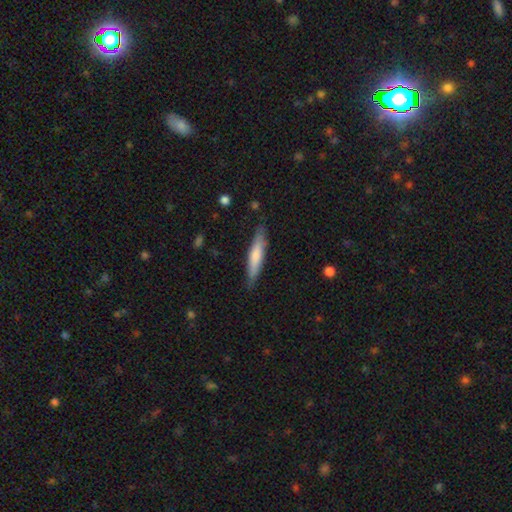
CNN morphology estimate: Smooth or featured: smooth — 65% (featured or disk — 30%)
How rounded: cigar-shaped — 87% (in between — 12%)
Merging: none — 83% (minor disturbance — 13%)